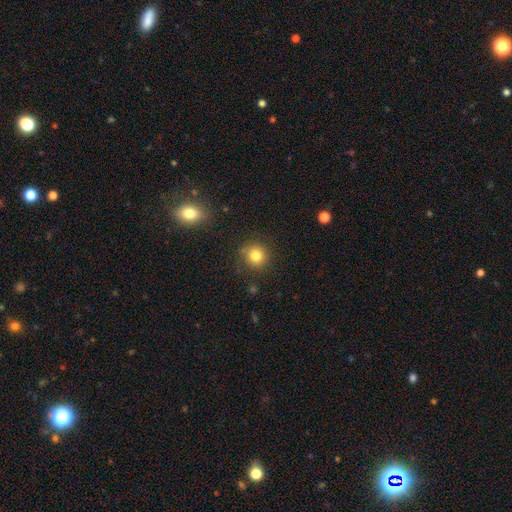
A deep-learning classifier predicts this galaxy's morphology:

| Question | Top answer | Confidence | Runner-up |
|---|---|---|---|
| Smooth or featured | smooth | 81% | star or artifact (12%) |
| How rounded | round | 90% | in between (9%) |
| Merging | none | 85% | minor disturbance (10%) |